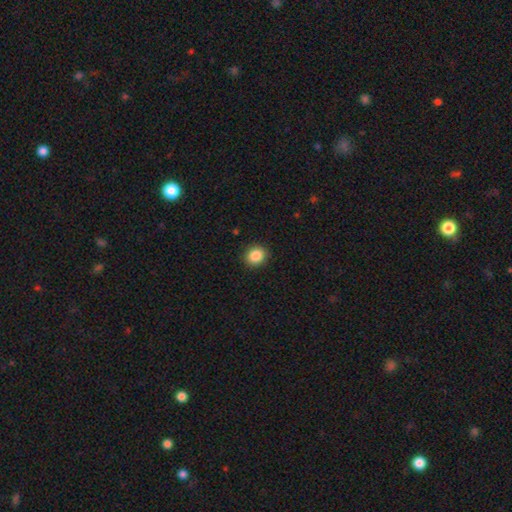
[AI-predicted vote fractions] smooth-or-featured: smooth: 87% | star or artifact: 9% | featured or disk: 4%
  how-rounded: round: 71% | in between: 28% | cigar-shaped: 1%
  merging: none: 90% | minor disturbance: 7% | major disturbance: 2% | merger: 1%